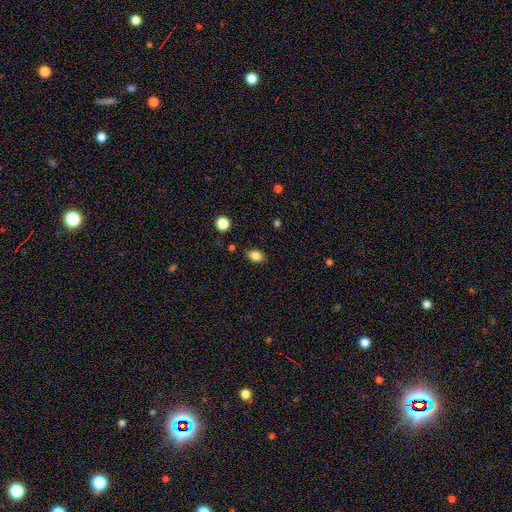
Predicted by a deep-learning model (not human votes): Smooth or featured?
  - smooth: 84% *
  - star or artifact: 10%
  - featured or disk: 7%
How rounded?
  - in between: 83% *
  - round: 15%
  - cigar-shaped: 2%
Merging?
  - none: 83% *
  - minor disturbance: 12%
  - major disturbance: 3%
  - merger: 2%